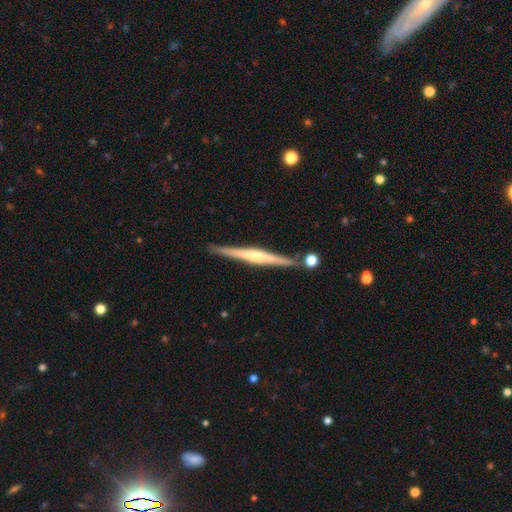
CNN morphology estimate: smooth-or-featured: featured or disk: 79% | smooth: 16% | star or artifact: 6%
  disk-edge-on: yes: 98% | no: 2%
    edge-on-bulge: rounded: 62% | boxy: 19% | none: 18%
  merging: none: 87% | minor disturbance: 8% | merger: 3% | major disturbance: 2%